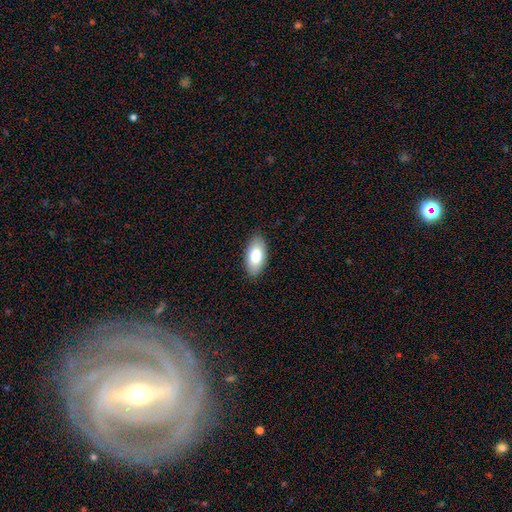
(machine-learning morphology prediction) Q: Smooth or featured?
A: smooth (80%); runner-up: featured or disk (14%)
Q: How rounded?
A: in between (94%); runner-up: cigar-shaped (4%)
Q: Merging?
A: none (89%); runner-up: minor disturbance (9%)